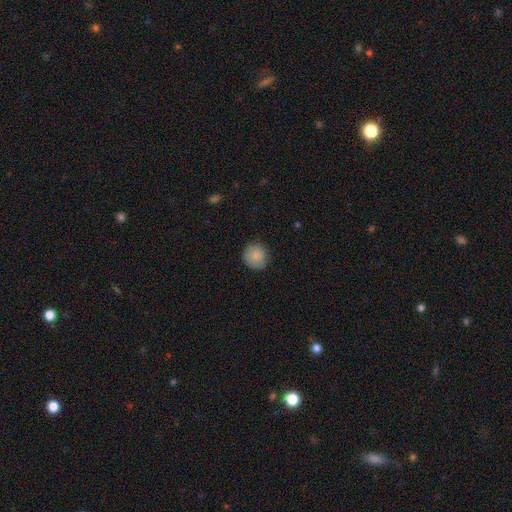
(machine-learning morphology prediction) smooth_or_featured: smooth (p=0.86) [alt: star or artifact p=0.08]
how_rounded: round (p=0.87) [alt: in between p=0.12]
merging: none (p=0.83) [alt: minor disturbance p=0.13]